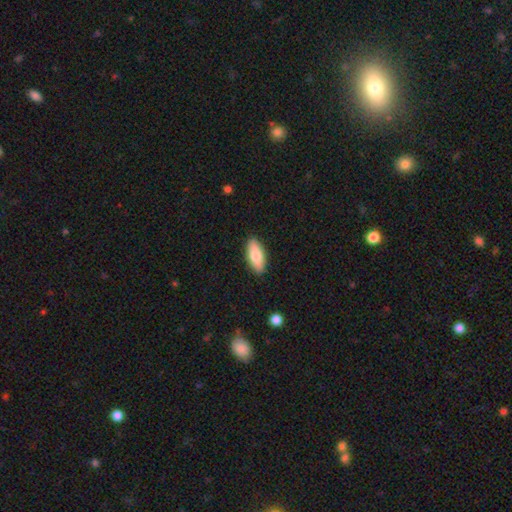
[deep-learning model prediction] A smooth galaxy with no disk features (80%) that is in between round and cigar-shaped (76%).

Vote fractions:
- Smooth or featured? smooth: 80% / featured or disk: 15% / star or artifact: 6%
- How rounded? in between: 76% / cigar-shaped: 21% / round: 2%
- Merging? none: 89% / minor disturbance: 8% / major disturbance: 2% / merger: 1%